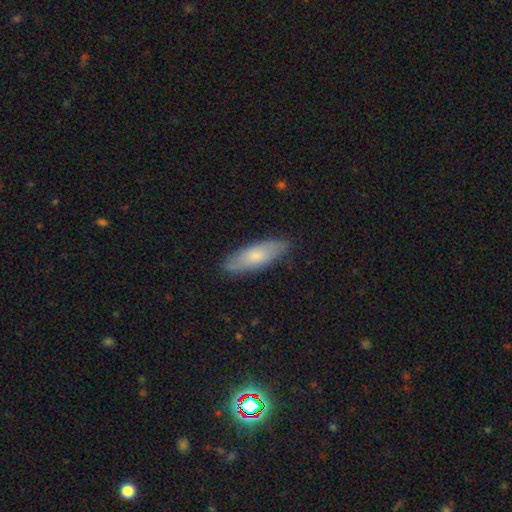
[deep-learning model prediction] smooth 68%, featured or disk 26%, star or artifact 6%. Down the decision tree: how rounded — in between (56%); merging — none (84%).